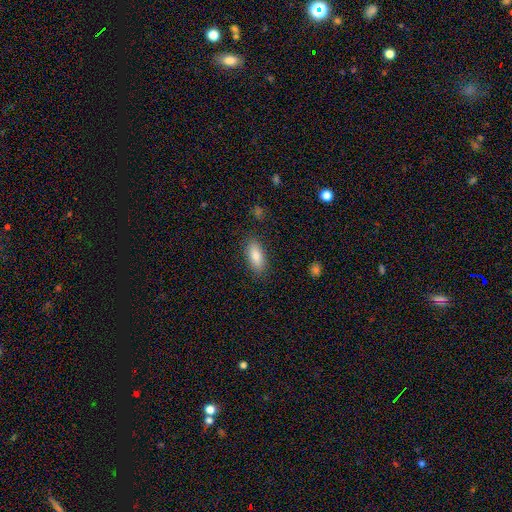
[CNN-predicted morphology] Smooth or featured: smooth — 85% (featured or disk — 8%)
How rounded: in between — 80% (cigar-shaped — 18%)
Merging: none — 86% (minor disturbance — 10%)